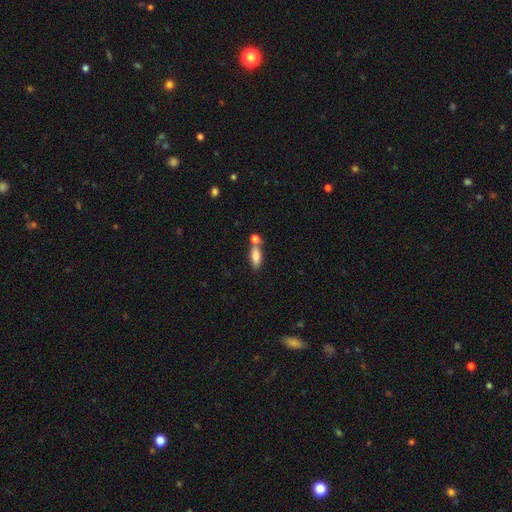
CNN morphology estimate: Smooth or featured?
  - smooth: 81% *
  - featured or disk: 11%
  - star or artifact: 8%
How rounded?
  - in between: 75% *
  - cigar-shaped: 21%
  - round: 4%
Merging?
  - none: 45% *
  - merger: 38%
  - minor disturbance: 12%
  - major disturbance: 4%